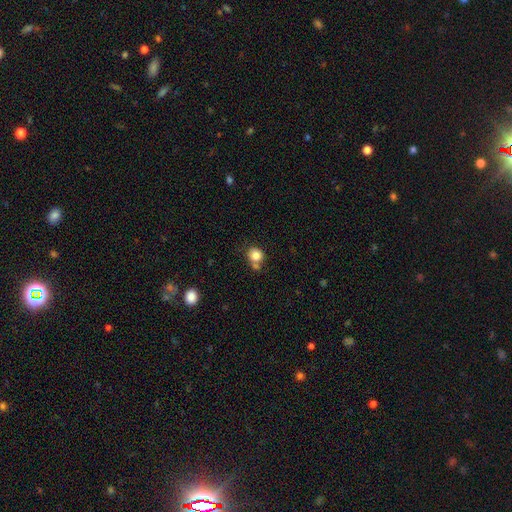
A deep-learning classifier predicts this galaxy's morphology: The model was most divided on "merging": none: 55%, merger: 24%, minor disturbance: 16%, major disturbance: 5%. More confident: smooth or featured — smooth (82%); how rounded — round (78%).